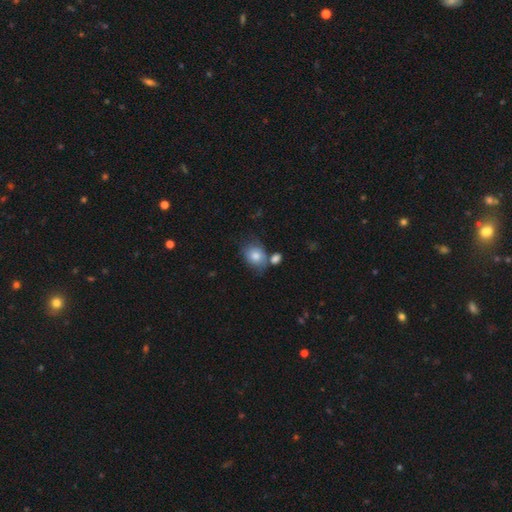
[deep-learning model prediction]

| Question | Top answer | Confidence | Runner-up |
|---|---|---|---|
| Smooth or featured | smooth | 80% | featured or disk (12%) |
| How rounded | round | 50% | in between (49%) |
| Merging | none | 54% | merger (20%) |